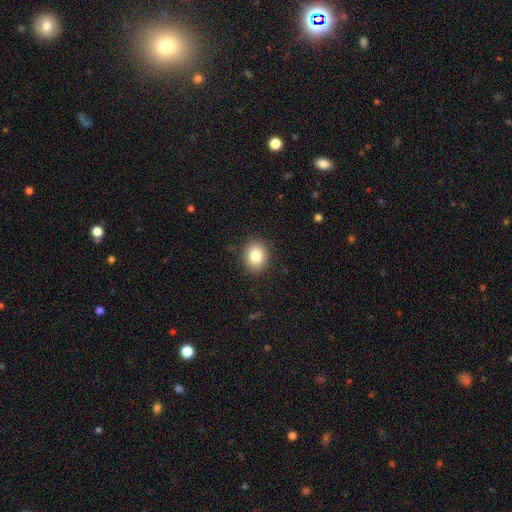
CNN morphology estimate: Q: Smooth or featured?
A: smooth (83%); runner-up: star or artifact (9%)
Q: How rounded?
A: round (60%); runner-up: in between (39%)
Q: Merging?
A: none (89%); runner-up: minor disturbance (8%)